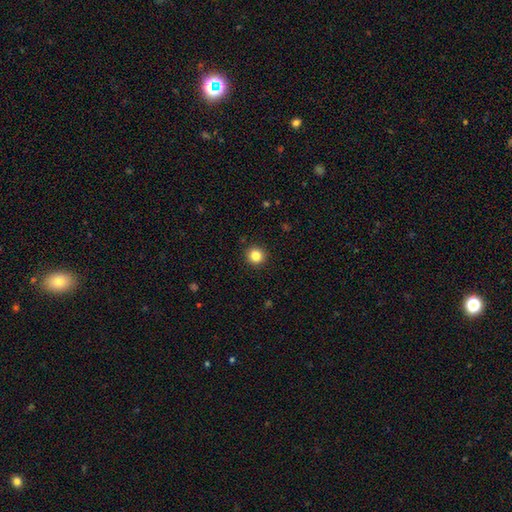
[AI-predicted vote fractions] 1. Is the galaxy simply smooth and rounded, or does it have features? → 84% smooth, 11% star or artifact, 5% featured or disk.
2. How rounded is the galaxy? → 93% round, 6% in between, 1% cigar-shaped.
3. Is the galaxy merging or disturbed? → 92% none, 5% minor disturbance, 2% major disturbance, 1% merger.